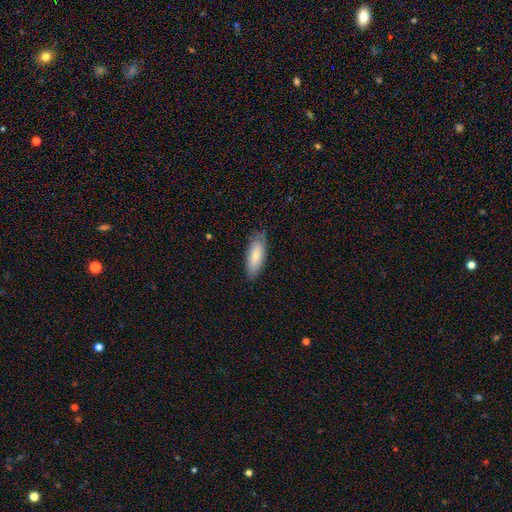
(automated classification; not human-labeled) Smooth or featured: smooth — 73% (featured or disk — 21%)
How rounded: in between — 76% (cigar-shaped — 22%)
Merging: none — 82% (minor disturbance — 15%)